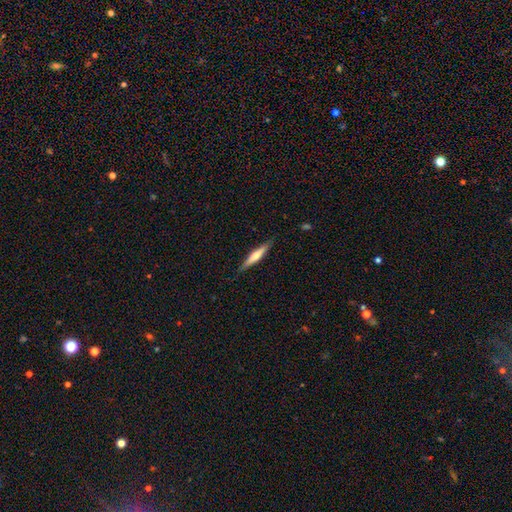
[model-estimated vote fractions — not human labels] This appears to be a featured or disk galaxy (48%). Merging: none (88%).